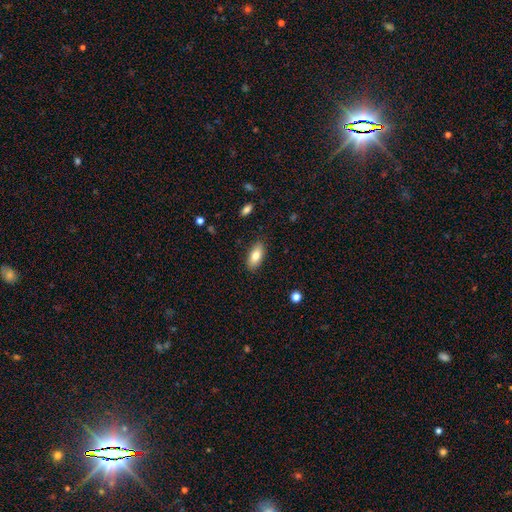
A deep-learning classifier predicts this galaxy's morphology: Smooth or featured?
  - smooth: 80% *
  - featured or disk: 14%
  - star or artifact: 7%
How rounded?
  - in between: 87% *
  - cigar-shaped: 10%
  - round: 3%
Merging?
  - none: 87% *
  - minor disturbance: 10%
  - major disturbance: 2%
  - merger: 1%